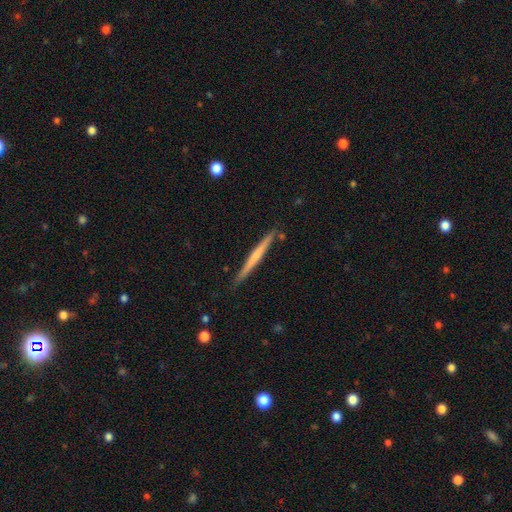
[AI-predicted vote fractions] Q: Smooth or featured?
A: featured or disk (49%); runner-up: smooth (45%)
Q: Merging?
A: none (87%); runner-up: minor disturbance (9%)